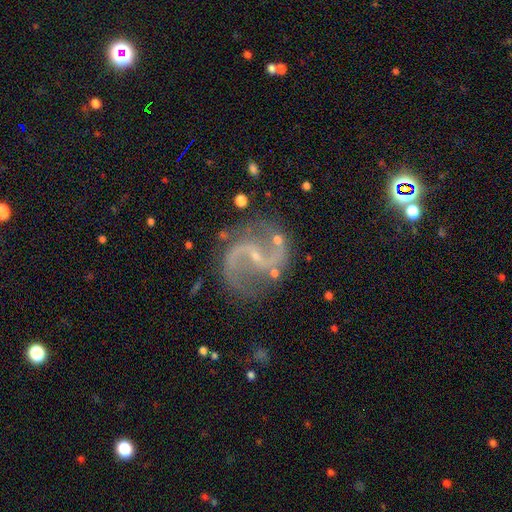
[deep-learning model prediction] smooth_or_featured: featured or disk (p=0.90) [alt: star or artifact p=0.07]
disk_edge_on: no (p=0.98) [alt: yes p=0.02]
bar: weak (p=0.48) [alt: no p=0.29]
has_spiral_arms: yes (p=0.97) [alt: no p=0.03]
spiral_winding: loose (p=0.53) [alt: medium p=0.38]
spiral_arm_count: 2 (p=0.93) [alt: can't tell p=0.02]
bulge_size: small (p=0.74) [alt: none p=0.15]
merging: none (p=0.73) [alt: minor disturbance p=0.15]